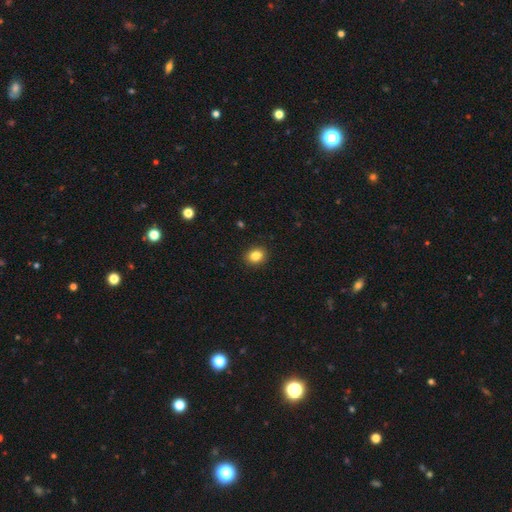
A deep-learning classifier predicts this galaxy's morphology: Smooth or featured? smooth (85%)
How rounded? round (57%)
Merging? none (91%)